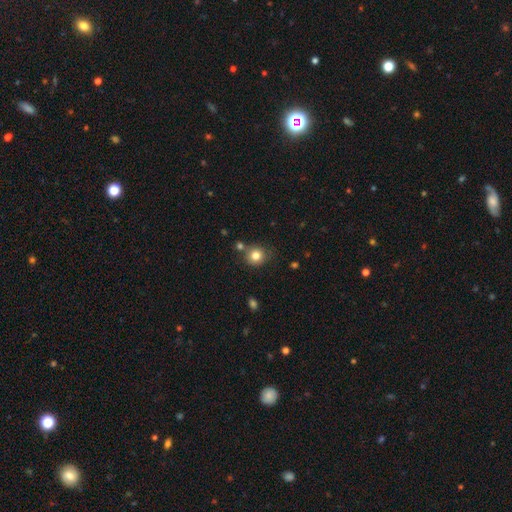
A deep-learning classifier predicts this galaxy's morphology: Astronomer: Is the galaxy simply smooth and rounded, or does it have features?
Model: smooth — 81%.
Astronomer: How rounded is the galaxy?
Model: round — 85%.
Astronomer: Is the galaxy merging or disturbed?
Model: none — 74%.